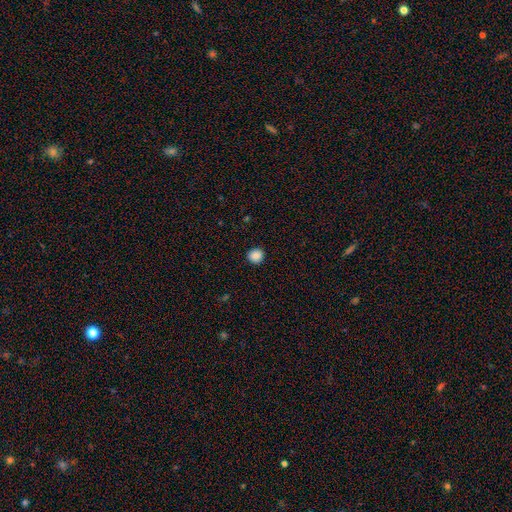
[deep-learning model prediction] Smooth or featured?
  - smooth: 88% *
  - star or artifact: 9%
  - featured or disk: 3%
How rounded?
  - round: 90% *
  - in between: 9%
  - cigar-shaped: 1%
Merging?
  - none: 92% *
  - minor disturbance: 5%
  - major disturbance: 2%
  - merger: 1%